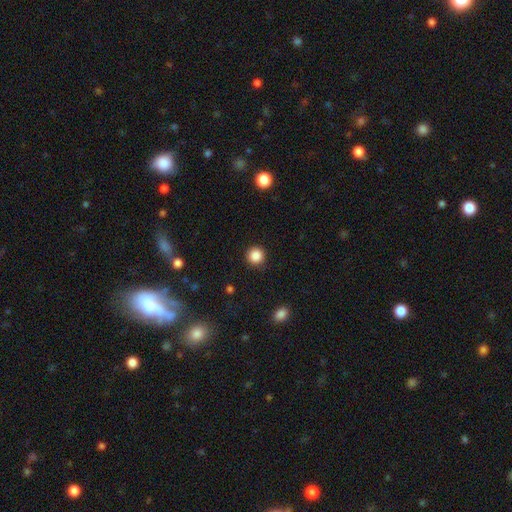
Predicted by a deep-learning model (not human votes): The model was most divided on "smooth or featured": smooth: 87%, star or artifact: 10%, featured or disk: 3%. More confident: how rounded — round (94%); merging — none (91%).